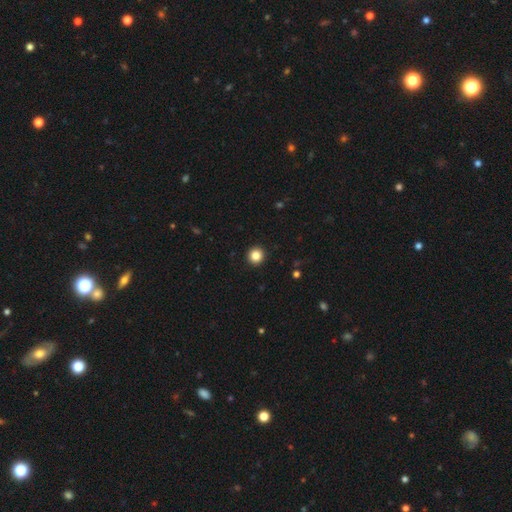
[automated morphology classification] This appears to be a smooth galaxy with no disk features (85%) that is round (95%). Merging: none (93%).